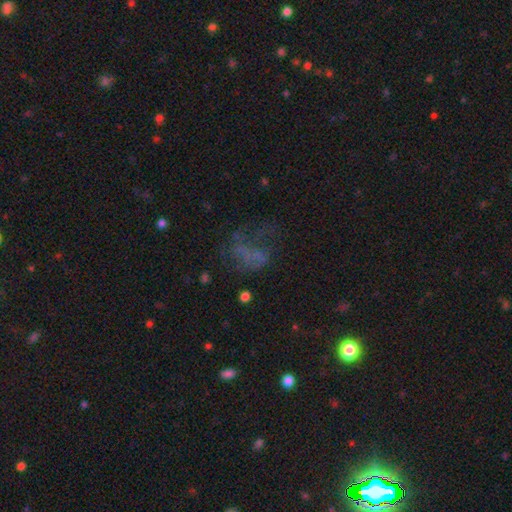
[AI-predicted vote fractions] featured or disk 35% (tied), smooth 35% (tied), star or artifact 29%. Down the decision tree: merging — major disturbance (44%).